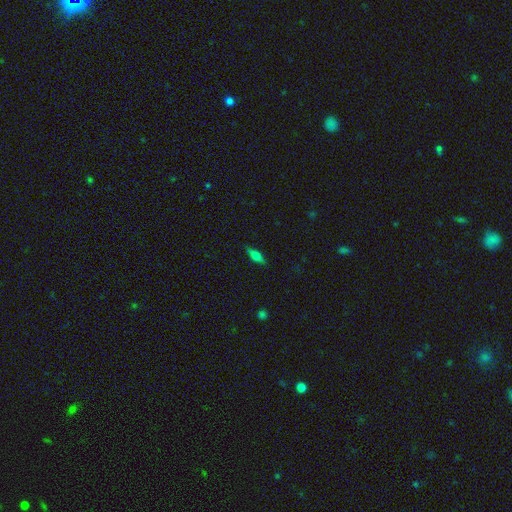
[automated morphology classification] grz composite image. It shows a smooth galaxy with no disk features (56%) that is in between round and cigar-shaped (52%). Merging: none (86%).